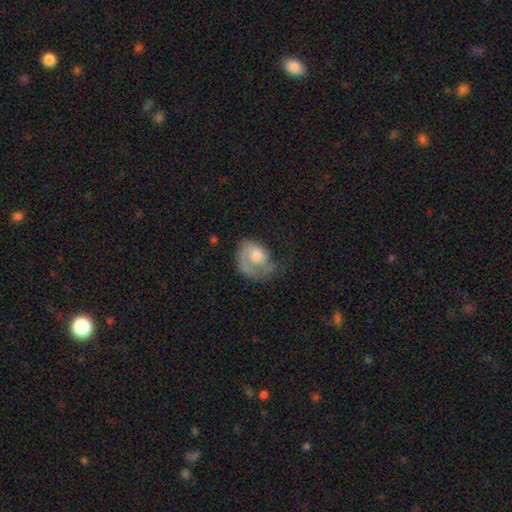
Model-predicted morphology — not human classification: Smooth or featured: featured or disk — 59% (smooth — 35%)
Edge-on disk: no — 98% (yes — 2%)
Bar: no — 79% (weak — 18%)
Spiral arms: yes — 79% (no — 21%)
Bulge size: moderate — 38% (large — 33%)
Merging: none — 38% (major disturbance — 37%)